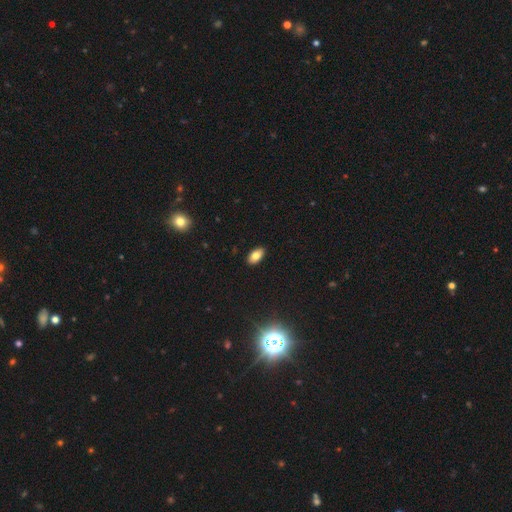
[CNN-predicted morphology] smooth_or_featured: smooth (p=0.79) [alt: featured or disk p=0.12]
how_rounded: in between (p=0.93) [alt: round p=0.04]
merging: none (p=0.89) [alt: minor disturbance p=0.08]